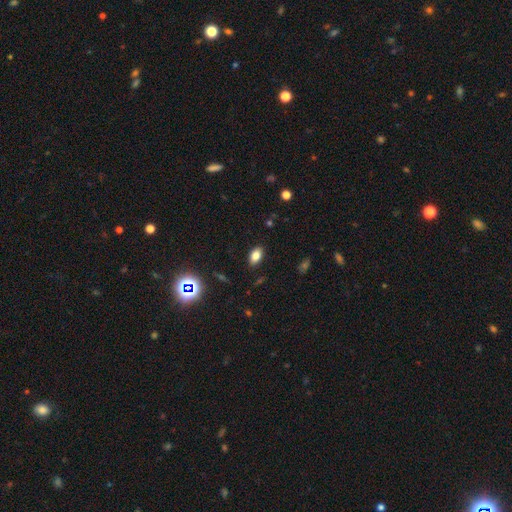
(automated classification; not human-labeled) smooth-or-featured: smooth: 79% | star or artifact: 13% | featured or disk: 8%
  how-rounded: in between: 90% | round: 8% | cigar-shaped: 3%
  merging: none: 87% | minor disturbance: 9% | major disturbance: 2% | merger: 1%